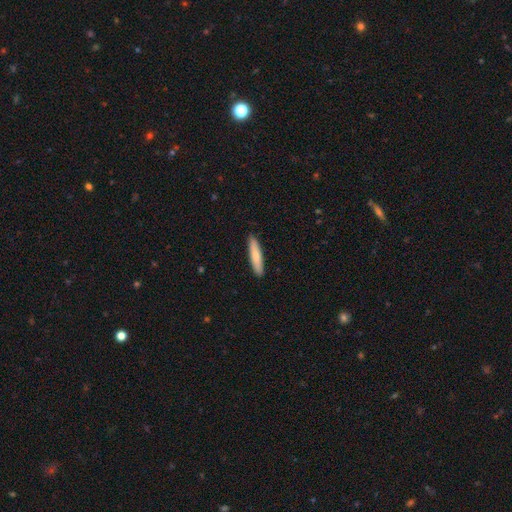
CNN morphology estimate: A smooth galaxy with no disk features (77%) that is cigar-shaped (88%).

Vote fractions:
- Smooth or featured? smooth: 77% / featured or disk: 18% / star or artifact: 5%
- How rounded? cigar-shaped: 88% / in between: 11% / round: 1%
- Merging? none: 91% / minor disturbance: 7% / major disturbance: 1% / merger: 1%